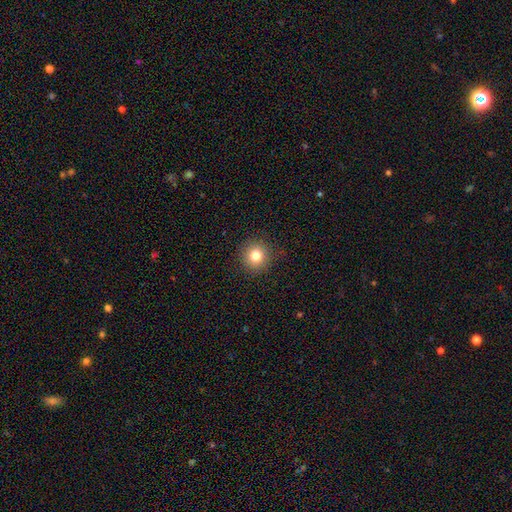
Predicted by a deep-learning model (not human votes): The model was most divided on "smooth or featured": smooth: 80%, star or artifact: 12%, featured or disk: 7%. More confident: how rounded — round (93%); merging — none (91%).